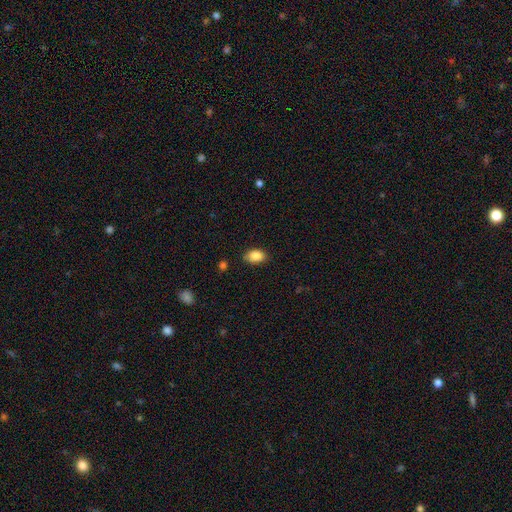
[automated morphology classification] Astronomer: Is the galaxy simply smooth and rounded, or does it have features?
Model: smooth — 87%.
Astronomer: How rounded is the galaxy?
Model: in between — 87%.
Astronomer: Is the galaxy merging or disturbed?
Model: none — 79%.